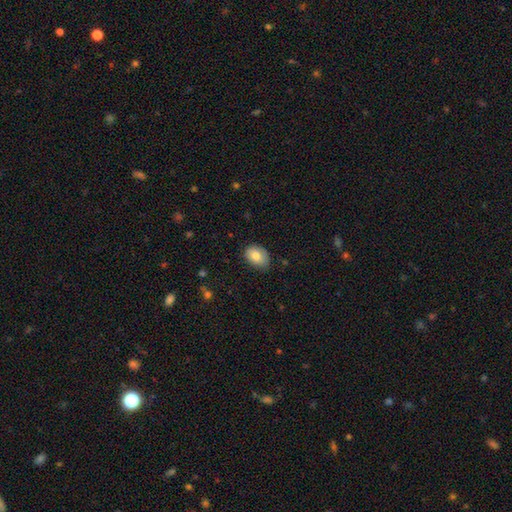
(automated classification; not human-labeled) Smooth or featured?
  - smooth: 81% *
  - featured or disk: 11%
  - star or artifact: 7%
How rounded?
  - in between: 80% *
  - round: 19%
  - cigar-shaped: 1%
Merging?
  - none: 71% *
  - minor disturbance: 24%
  - major disturbance: 4%
  - merger: 1%